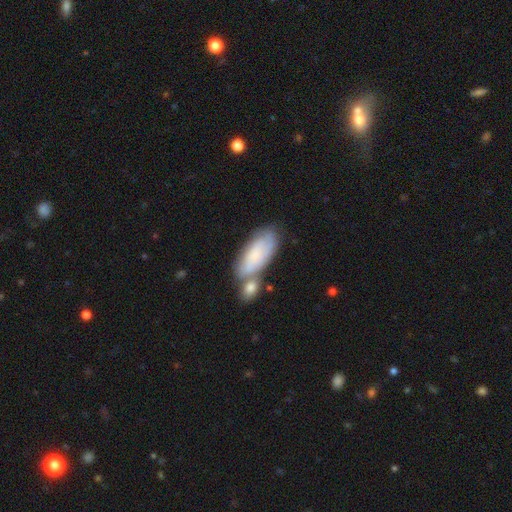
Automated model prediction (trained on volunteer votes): smooth 66%, featured or disk 27%, star or artifact 7%. Down the decision tree: how rounded — in between (82%); merging — merger (42%).